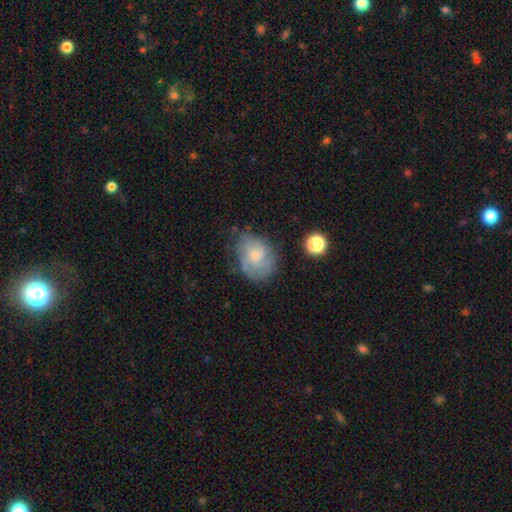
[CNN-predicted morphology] This is likely a featured or disk galaxy (60%). It is clearly not viewed edge-on (97%). Bar: likely no (74%). Spiral arm pattern: clearly yes (85%). Central bulge: possibly small (59%). Merging: likely none (63%).